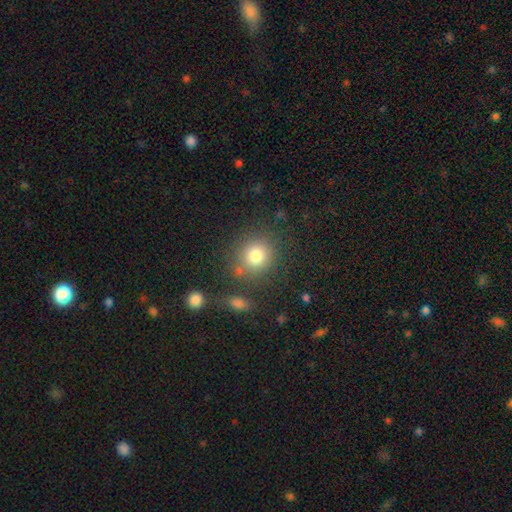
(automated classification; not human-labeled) Smooth or featured? Predicted: smooth (p=0.79). How rounded? Predicted: round (p=0.85). Merging? Predicted: none (p=0.76).